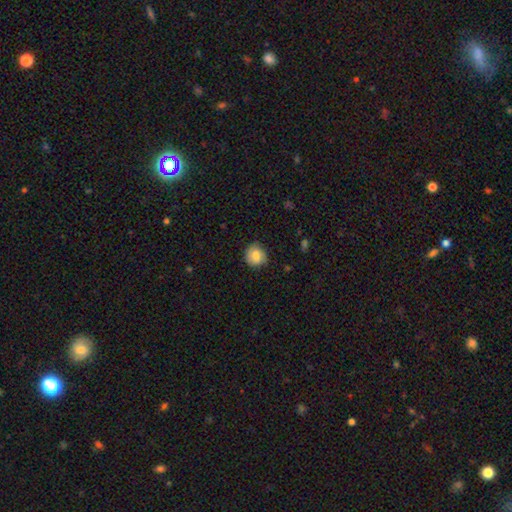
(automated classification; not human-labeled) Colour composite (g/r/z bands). It shows a smooth galaxy with no disk features (77%) that is round (86%). Merging: none (76%).